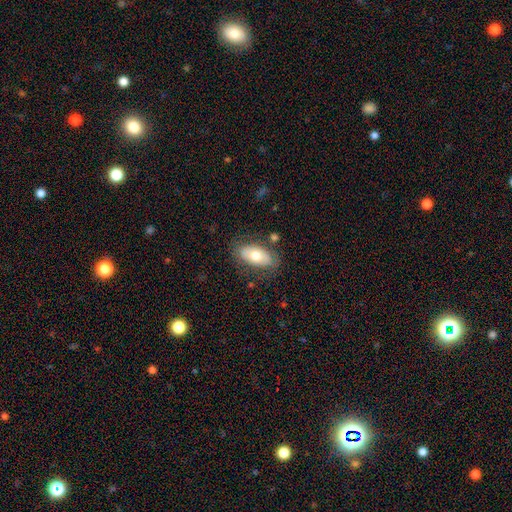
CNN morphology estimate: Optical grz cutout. It shows a smooth galaxy with no disk features (68%) that is in between round and cigar-shaped (92%). Merging: none (76%).